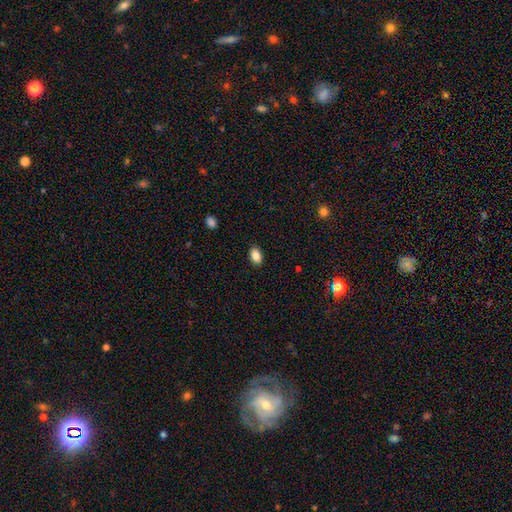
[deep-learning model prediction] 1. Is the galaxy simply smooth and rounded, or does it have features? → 87% smooth, 8% star or artifact, 5% featured or disk.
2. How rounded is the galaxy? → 88% in between, 10% round, 1% cigar-shaped.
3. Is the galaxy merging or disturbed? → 89% none, 8% minor disturbance, 2% major disturbance, 1% merger.